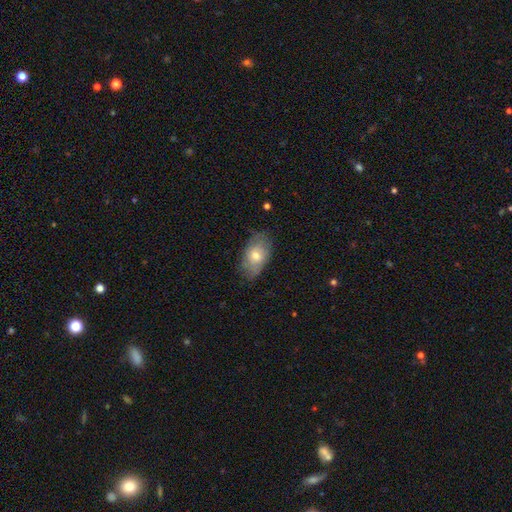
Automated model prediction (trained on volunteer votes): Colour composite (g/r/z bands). It shows a smooth galaxy with no disk features (60%) that is in between round and cigar-shaped (89%). Merging: none (69%).